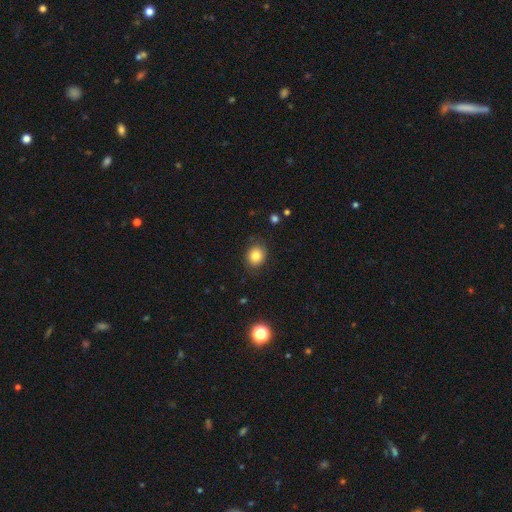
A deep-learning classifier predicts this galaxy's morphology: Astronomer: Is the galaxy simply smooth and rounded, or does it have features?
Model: smooth — 82%.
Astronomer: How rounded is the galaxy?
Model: round — 72%.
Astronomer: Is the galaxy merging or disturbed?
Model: none — 84%.